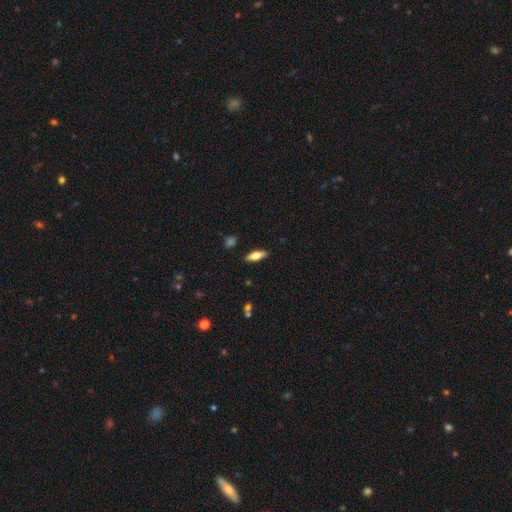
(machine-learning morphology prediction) This appears to be a smooth galaxy with no disk features (61%) that is in between round and cigar-shaped (64%). Merging: none (87%).